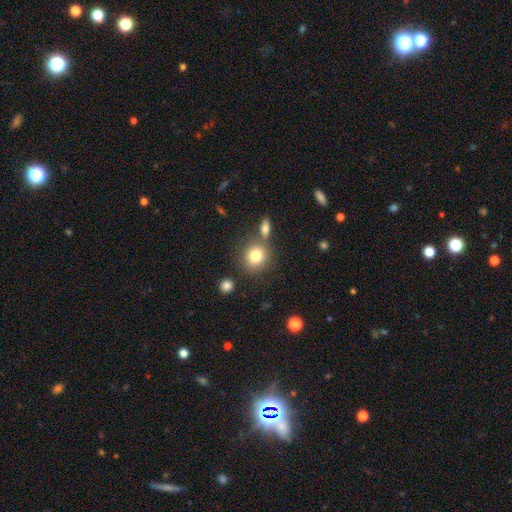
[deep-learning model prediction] Smooth or featured: smooth — 81% (star or artifact — 10%)
How rounded: round — 82% (in between — 17%)
Merging: none — 71% (merger — 15%)